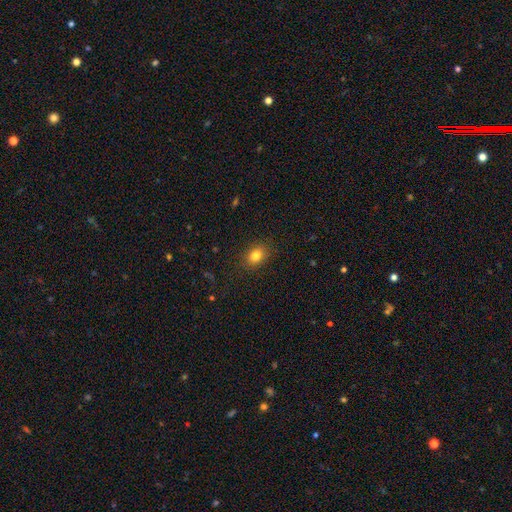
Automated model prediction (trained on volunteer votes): Smooth or featured?
  - smooth: 82% *
  - star or artifact: 11%
  - featured or disk: 7%
How rounded?
  - in between: 65% *
  - round: 33%
  - cigar-shaped: 1%
Merging?
  - none: 87% *
  - minor disturbance: 9%
  - major disturbance: 3%
  - merger: 1%